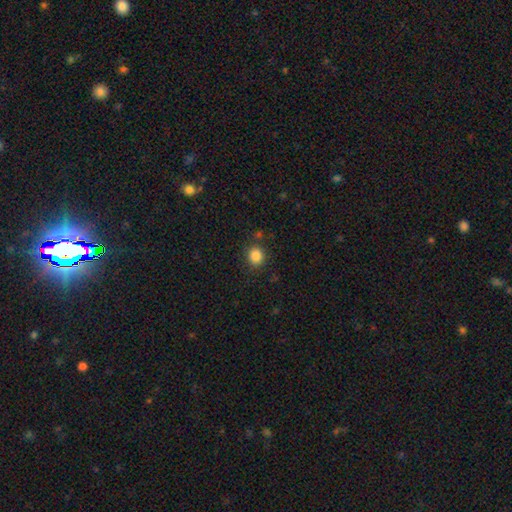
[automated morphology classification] Smooth or featured?
  - smooth: 85% *
  - star or artifact: 11%
  - featured or disk: 4%
How rounded?
  - round: 78% *
  - in between: 21%
  - cigar-shaped: 1%
Merging?
  - none: 85% *
  - minor disturbance: 9%
  - major disturbance: 3%
  - merger: 3%